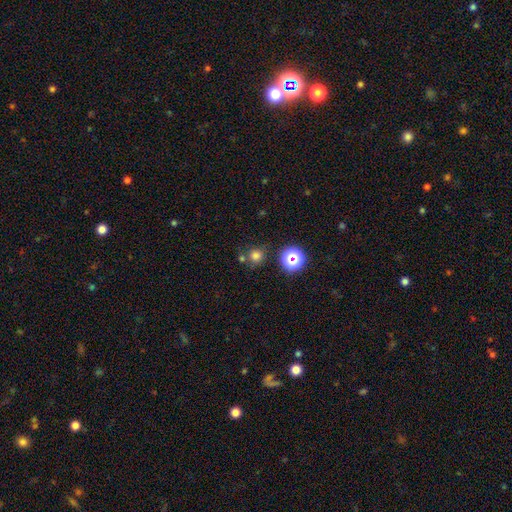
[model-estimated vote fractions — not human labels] smooth 72%, star or artifact 22%, featured or disk 6%. Down the decision tree: how rounded — round (92%); merging — none (72%).